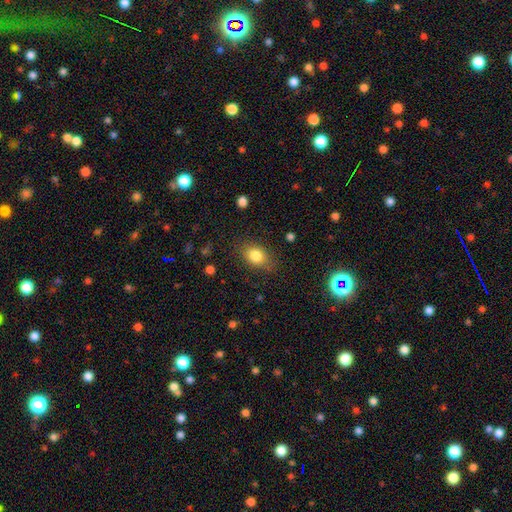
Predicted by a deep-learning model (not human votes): Smooth or featured? smooth (82%)
How rounded? in between (74%)
Merging? none (79%)